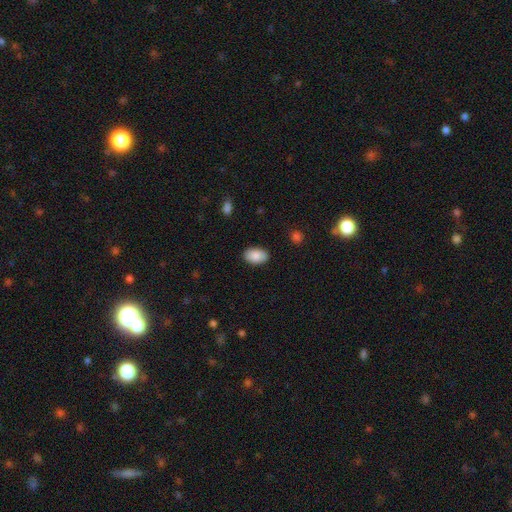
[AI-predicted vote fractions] The model was most divided on "merging": none: 87%, minor disturbance: 10%, major disturbance: 2%, merger: 1%. More confident: how rounded — in between (90%); smooth or featured — smooth (87%).